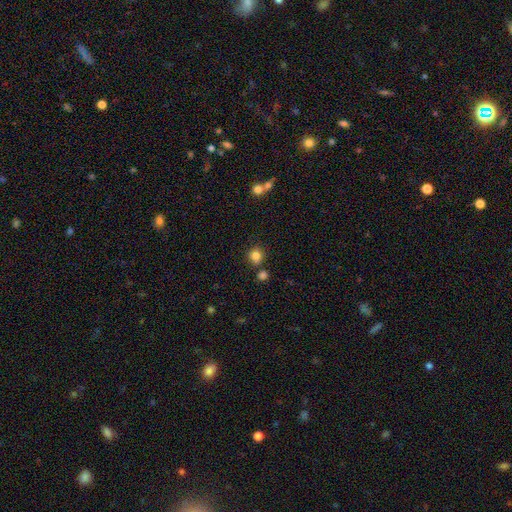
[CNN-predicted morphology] Smooth or featured: smooth — 82% (star or artifact — 12%)
How rounded: round — 83% (in between — 16%)
Merging: none — 76% (merger — 11%)